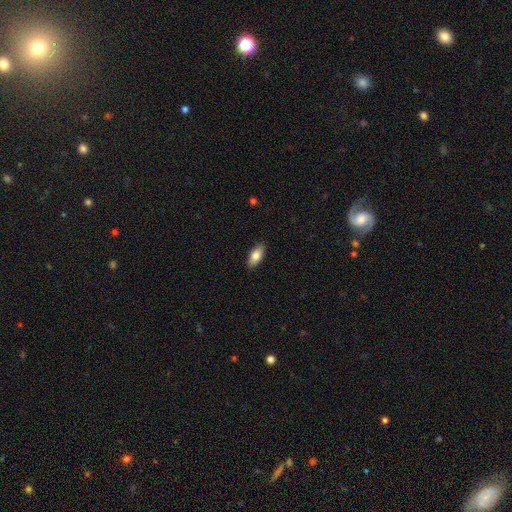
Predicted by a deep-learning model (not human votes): The model was most divided on "smooth or featured": smooth: 81%, featured or disk: 12%, star or artifact: 6%. More confident: merging — none (87%); how rounded — in between (85%).